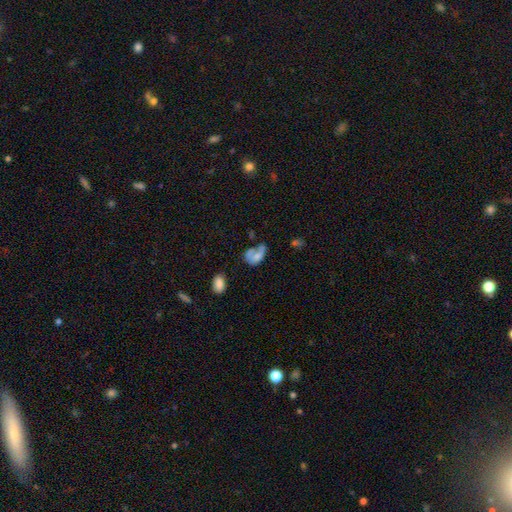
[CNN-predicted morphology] Overall: smooth (55%; featured or disk 34%). How rounded: in between (80%). Merging: major disturbance (35%; merger 27%).